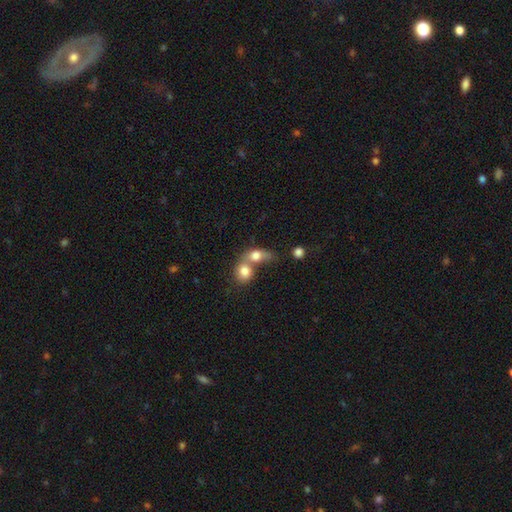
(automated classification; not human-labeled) Smooth or featured?
  - smooth: 76% *
  - featured or disk: 15%
  - star or artifact: 9%
How rounded?
  - in between: 53% *
  - round: 43%
  - cigar-shaped: 4%
Merging?
  - merger: 72% *
  - none: 16%
  - minor disturbance: 6%
  - major disturbance: 6%